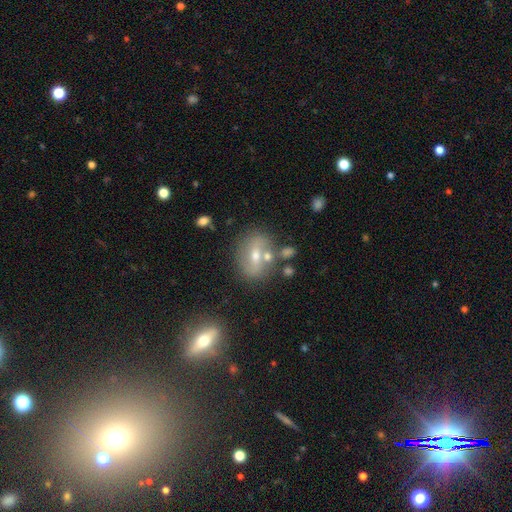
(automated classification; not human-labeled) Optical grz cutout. It shows a featured or disk galaxy (52%). Merging: none (70%).